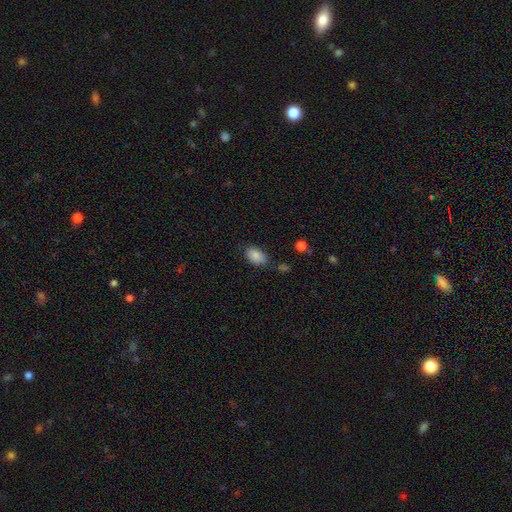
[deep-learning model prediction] Q: Smooth or featured?
A: smooth (87%); runner-up: star or artifact (8%)
Q: How rounded?
A: in between (90%); runner-up: round (8%)
Q: Merging?
A: none (73%); runner-up: minor disturbance (19%)